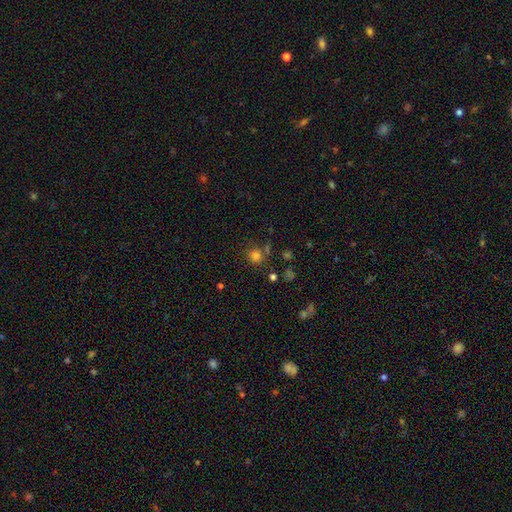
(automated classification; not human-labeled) Q: Smooth or featured?
A: smooth (77%); runner-up: star or artifact (17%)
Q: How rounded?
A: round (89%); runner-up: in between (10%)
Q: Merging?
A: none (74%); runner-up: minor disturbance (11%)